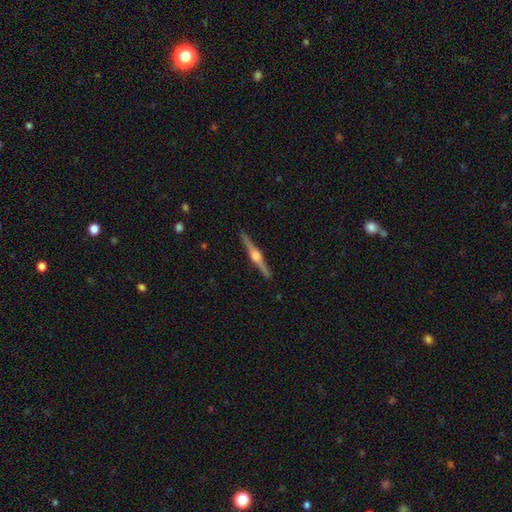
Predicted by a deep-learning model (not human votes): The model was most divided on "smooth or featured": featured or disk: 85%, smooth: 10%, star or artifact: 5%. More confident: edge-on disk — yes (99%); edge-on bulge — rounded (94%); merging — none (92%).